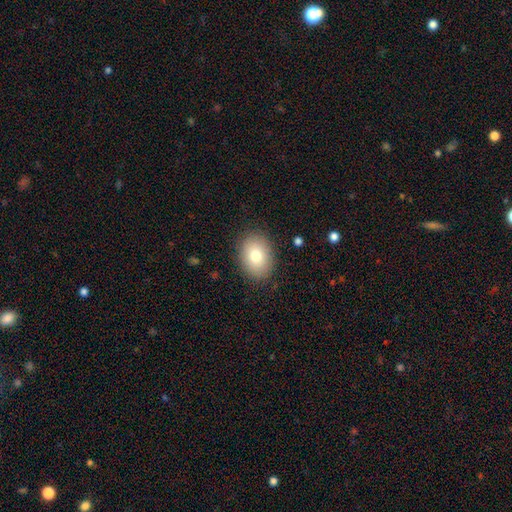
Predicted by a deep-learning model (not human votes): A smooth galaxy with no disk features (79%) that is in between round and cigar-shaped (65%).

Vote fractions:
- Smooth or featured? smooth: 79% / featured or disk: 12% / star or artifact: 9%
- How rounded? in between: 65% / round: 35% / cigar-shaped: 1%
- Merging? none: 87% / minor disturbance: 9% / major disturbance: 3% / merger: 1%